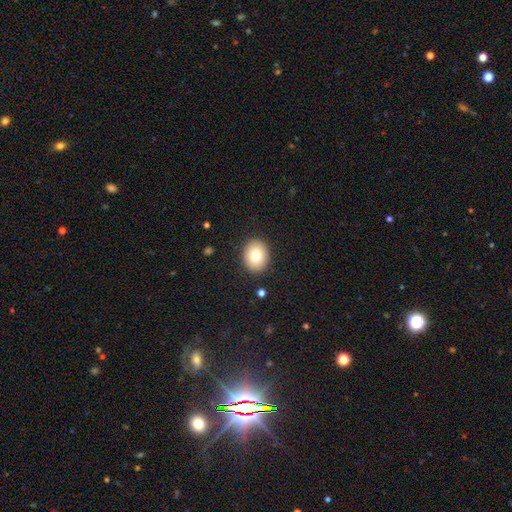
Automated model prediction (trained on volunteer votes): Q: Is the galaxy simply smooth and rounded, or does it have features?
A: smooth — 78%.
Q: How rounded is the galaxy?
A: round — 56%.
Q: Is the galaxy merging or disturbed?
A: none — 90%.